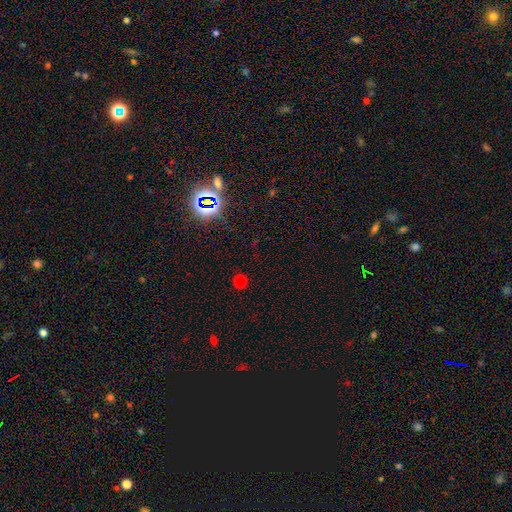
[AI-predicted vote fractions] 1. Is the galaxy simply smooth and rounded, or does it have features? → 47% smooth (tied), 47% star or artifact (tied), 6% featured or disk.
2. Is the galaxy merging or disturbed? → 88% none, 6% minor disturbance, 3% major disturbance, 2% merger.